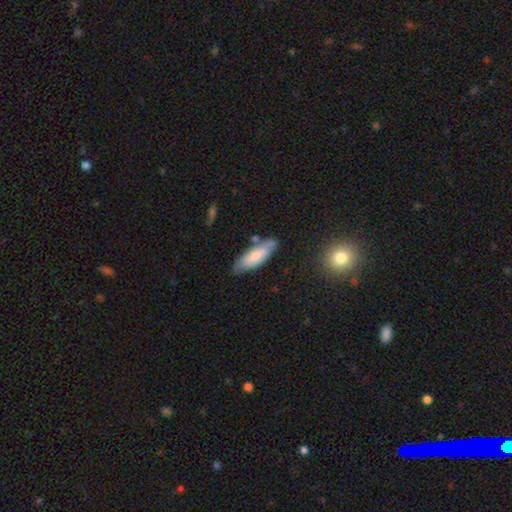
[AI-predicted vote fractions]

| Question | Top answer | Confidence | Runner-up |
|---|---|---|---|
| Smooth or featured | smooth | 69% | featured or disk (24%) |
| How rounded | in between | 60% | cigar-shaped (39%) |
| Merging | none | 69% | minor disturbance (21%) |